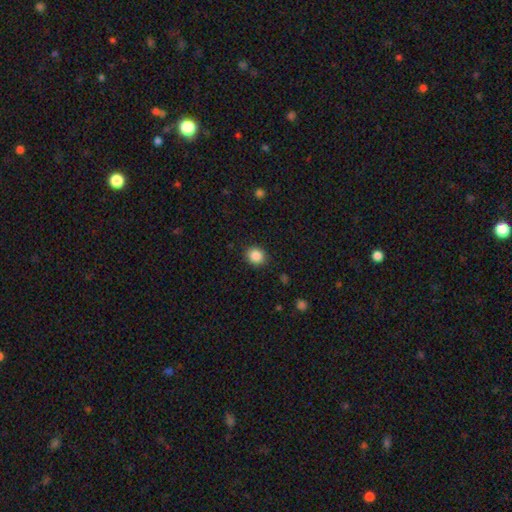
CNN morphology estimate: Smooth or featured?
  - smooth: 87% *
  - star or artifact: 9%
  - featured or disk: 3%
How rounded?
  - round: 74% *
  - in between: 25%
  - cigar-shaped: 1%
Merging?
  - none: 89% *
  - minor disturbance: 7%
  - major disturbance: 2%
  - merger: 1%